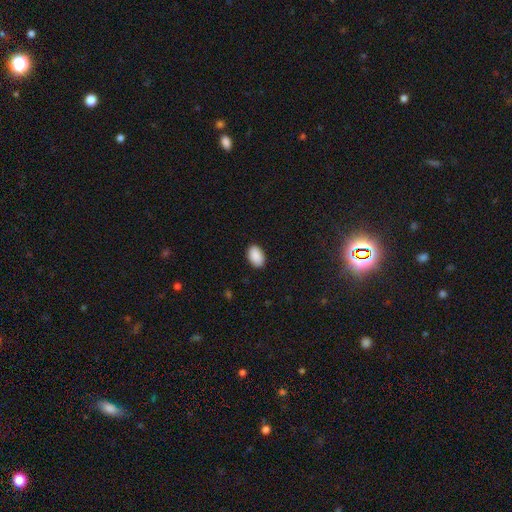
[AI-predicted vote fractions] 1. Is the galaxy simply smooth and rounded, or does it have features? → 91% smooth, 7% star or artifact, 2% featured or disk.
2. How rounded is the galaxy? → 93% in between, 6% round, 1% cigar-shaped.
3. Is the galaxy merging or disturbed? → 89% none, 8% minor disturbance, 2% major disturbance, 1% merger.